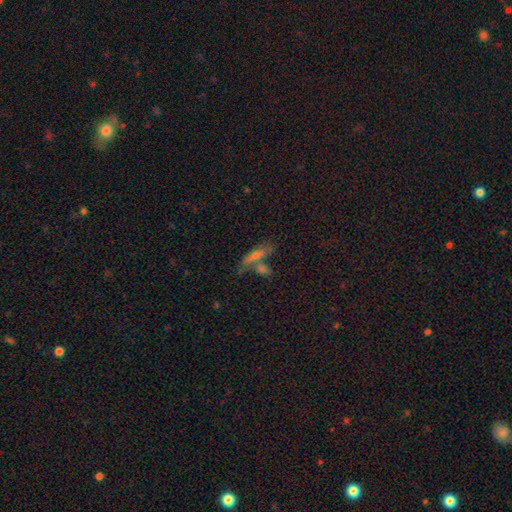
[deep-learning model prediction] The model was most divided on "smooth or featured": smooth: 49%, featured or disk: 37%, star or artifact: 14%. More confident: merging — none (50%).